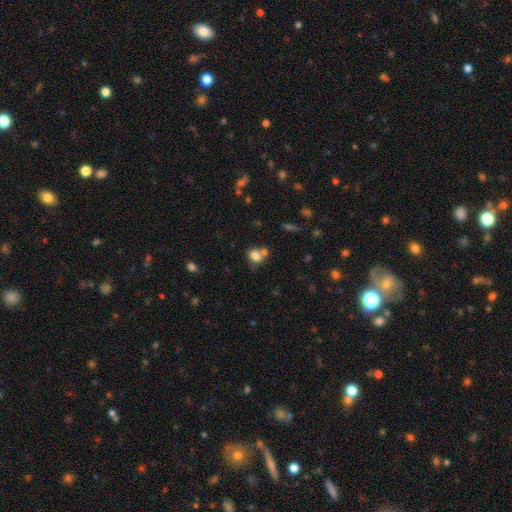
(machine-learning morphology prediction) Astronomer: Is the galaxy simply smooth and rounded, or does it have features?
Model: smooth — 78%.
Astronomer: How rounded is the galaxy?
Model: round — 51% (runner-up: in between, 48%).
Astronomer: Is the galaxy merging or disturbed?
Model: merger — 41% (runner-up: none, 40%).